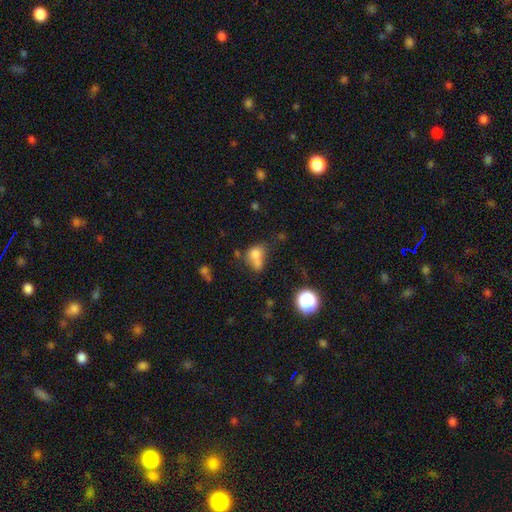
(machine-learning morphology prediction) This is likely a smooth galaxy (71%). How rounded: possibly in between (56%). Merging: marginally merger (43%).